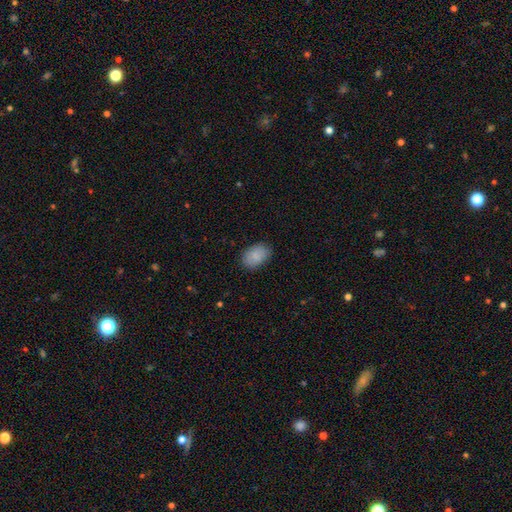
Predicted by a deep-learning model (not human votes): smooth-or-featured: smooth: 89% | star or artifact: 7% | featured or disk: 5%
  how-rounded: in between: 87% | round: 12% | cigar-shaped: 1%
  merging: none: 84% | minor disturbance: 12% | major disturbance: 3% | merger: 1%